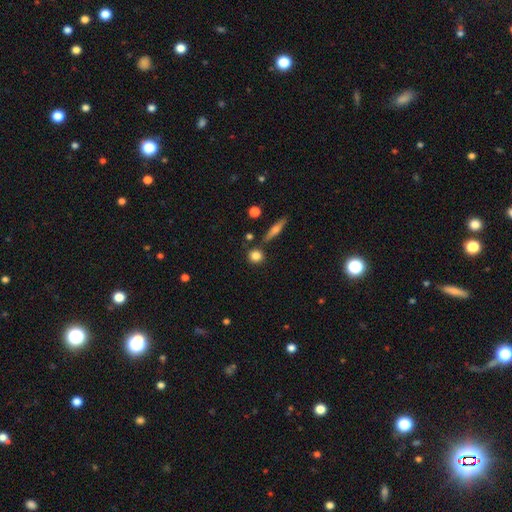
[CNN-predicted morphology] Smooth or featured? Predicted: smooth (p=0.81). How rounded? Predicted: round (p=0.86). Merging? Predicted: none (p=0.79).